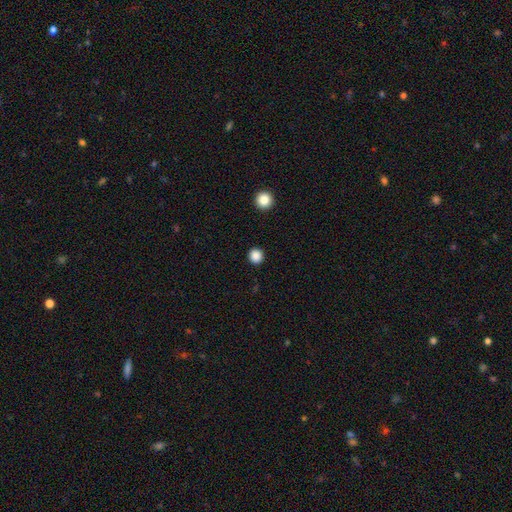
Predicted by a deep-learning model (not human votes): smooth 86%, star or artifact 12%, featured or disk 2%. Down the decision tree: how rounded — round (93%); merging — none (92%).